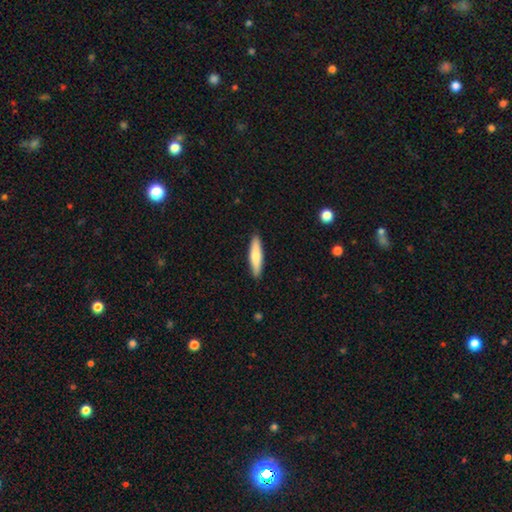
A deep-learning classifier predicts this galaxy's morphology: smooth-or-featured: smooth: 72% | featured or disk: 23% | star or artifact: 5%
  how-rounded: cigar-shaped: 80% | in between: 18% | round: 1%
  merging: none: 90% | minor disturbance: 7% | major disturbance: 1% | merger: 1%